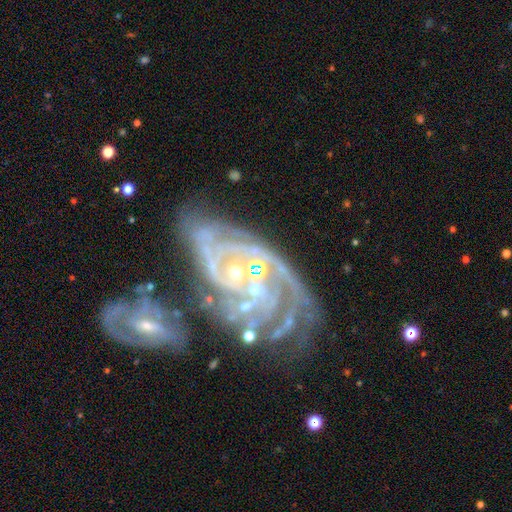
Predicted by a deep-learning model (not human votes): The model was most divided on "spiral arm count": 3: 26%, can't tell: 23%, 2: 17%, 4: 17%, more than 4: 10%, 1: 7%. Remaining: edge-on disk — no (97%); spiral arms — yes (96%); smooth or featured — featured or disk (89%); bar — no (64%); spiral winding — tight (63%); bulge size — small (61%); merging — merger (49%).